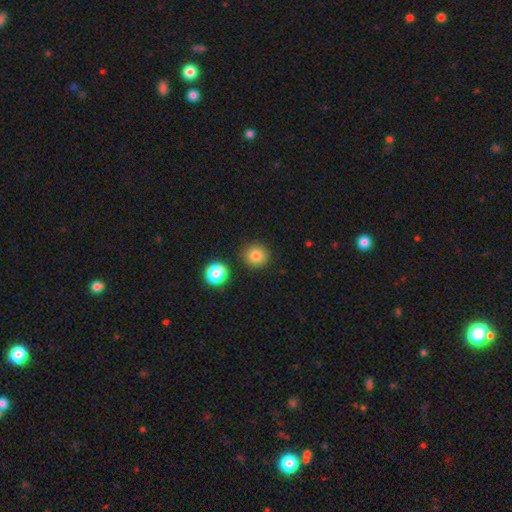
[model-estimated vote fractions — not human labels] smooth-or-featured: smooth: 83% | star or artifact: 11% | featured or disk: 6%
  how-rounded: round: 87% | in between: 12% | cigar-shaped: 1%
  merging: none: 86% | minor disturbance: 7% | merger: 4% | major disturbance: 2%